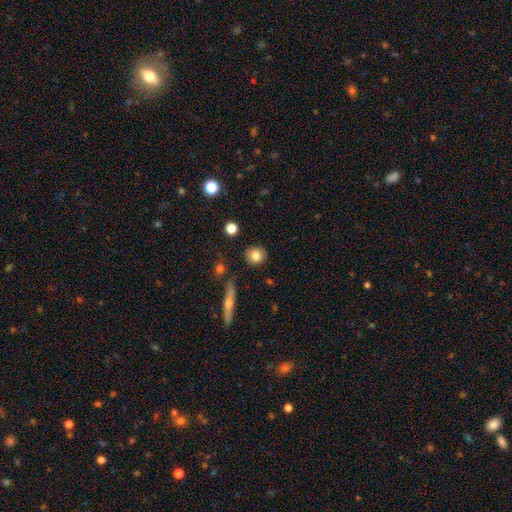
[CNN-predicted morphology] smooth-or-featured: smooth: 82% | featured or disk: 9% | star or artifact: 9%
  how-rounded: round: 84% | in between: 14% | cigar-shaped: 2%
  merging: none: 88% | minor disturbance: 8% | merger: 2% | major disturbance: 2%